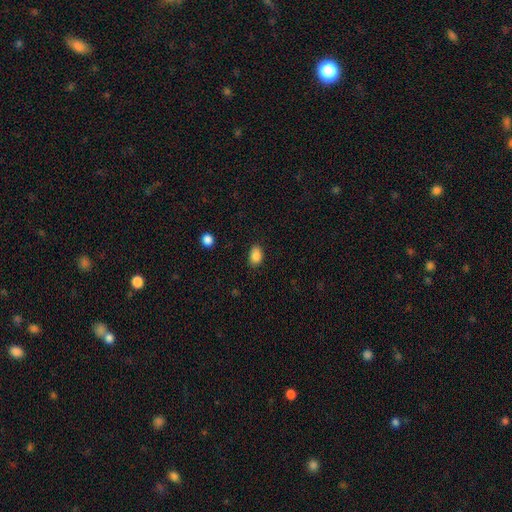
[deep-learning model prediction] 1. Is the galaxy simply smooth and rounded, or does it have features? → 87% smooth, 9% star or artifact, 4% featured or disk.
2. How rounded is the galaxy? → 78% in between, 21% round, 1% cigar-shaped.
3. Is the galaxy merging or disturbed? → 84% none, 12% minor disturbance, 3% major disturbance, 1% merger.